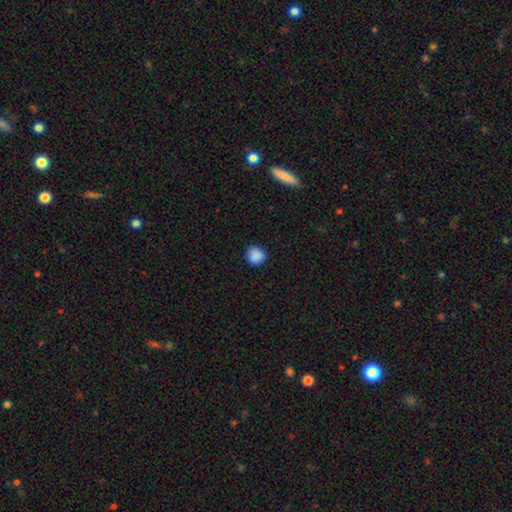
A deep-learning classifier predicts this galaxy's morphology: smooth-or-featured: smooth: 88% | star or artifact: 9% | featured or disk: 3%
  how-rounded: round: 88% | in between: 11% | cigar-shaped: 1%
  merging: none: 88% | minor disturbance: 9% | major disturbance: 2% | merger: 1%